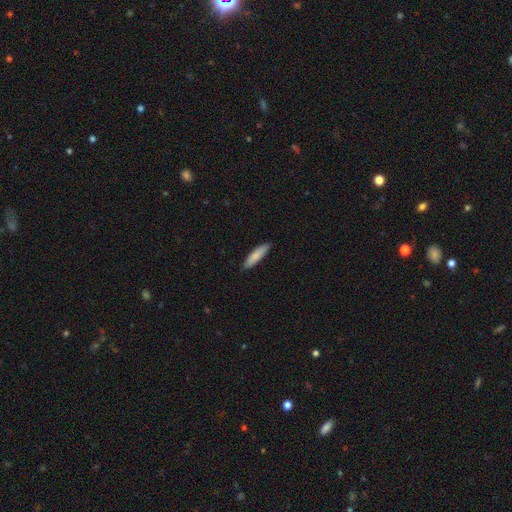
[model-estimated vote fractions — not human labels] A smooth galaxy with no disk features (84%) that is cigar-shaped (74%). Merging: none (89%).